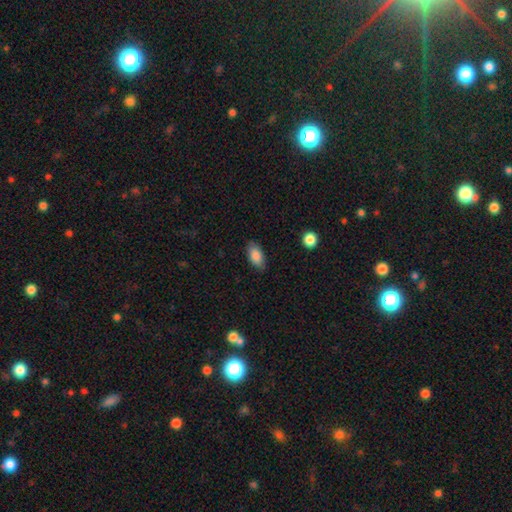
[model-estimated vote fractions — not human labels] This appears to be a smooth galaxy with no disk features (85%) that is in between round and cigar-shaped (92%). Merging: none (85%).